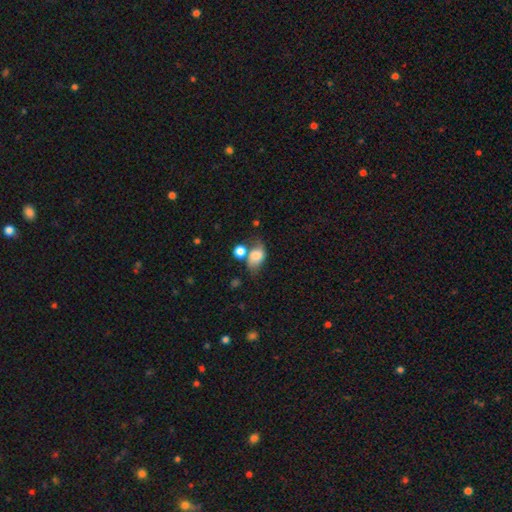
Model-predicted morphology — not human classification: smooth-or-featured: smooth: 66% | featured or disk: 23% | star or artifact: 10%
  how-rounded: in between: 77% | round: 22% | cigar-shaped: 2%
  merging: none: 37% | merger: 26% | minor disturbance: 23% | major disturbance: 15%